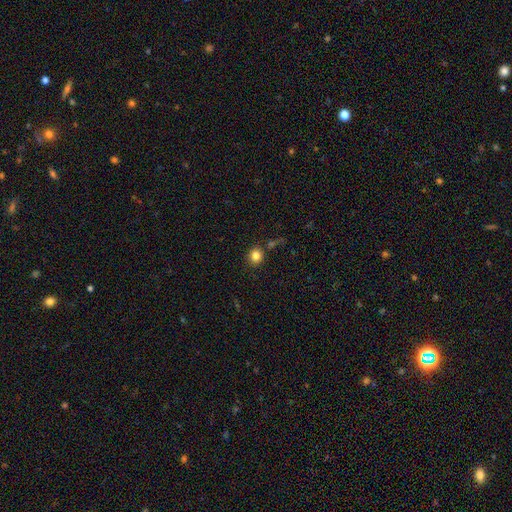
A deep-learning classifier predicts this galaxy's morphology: Overall: smooth (82%). How rounded: round (85%). Merging: none (81%).